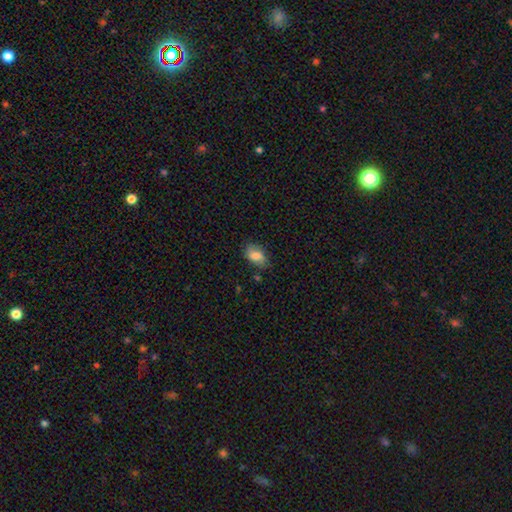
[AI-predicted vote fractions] smooth 82%, featured or disk 10%, star or artifact 8%. Down the decision tree: how rounded — in between (87%); merging — none (70%).